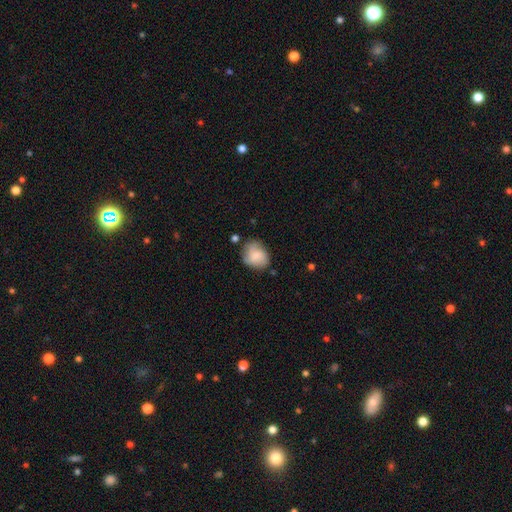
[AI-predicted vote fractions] Smooth or featured? Predicted: smooth (p=0.71). How rounded? Predicted: round (p=0.56). Merging? Predicted: none (p=0.61).